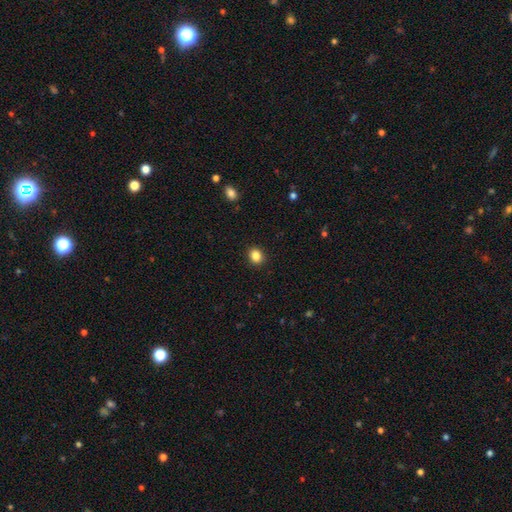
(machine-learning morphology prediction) Smooth or featured? Predicted: smooth (p=0.86). How rounded? Predicted: round (p=0.61). Merging? Predicted: none (p=0.91).